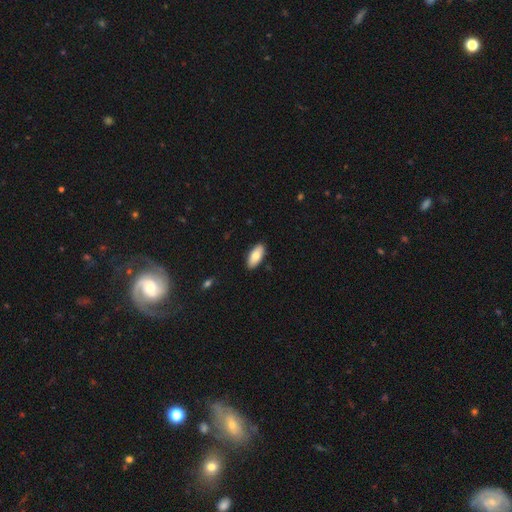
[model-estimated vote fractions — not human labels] smooth 80%, featured or disk 14%, star or artifact 6%. Down the decision tree: how rounded — in between (88%); merging — none (89%).